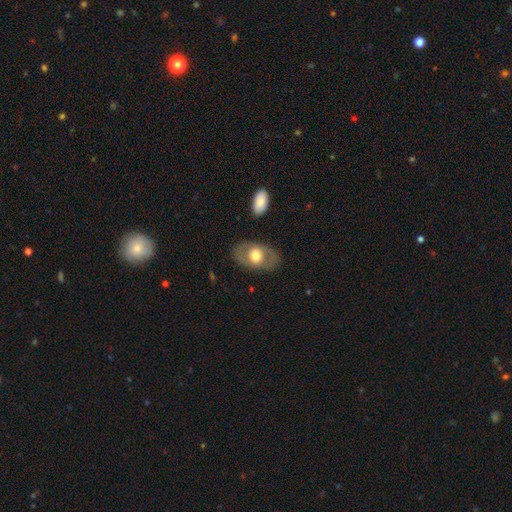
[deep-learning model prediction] smooth 50%, featured or disk 44%, star or artifact 6%. Down the decision tree: how rounded — in between (81%); merging — none (80%).